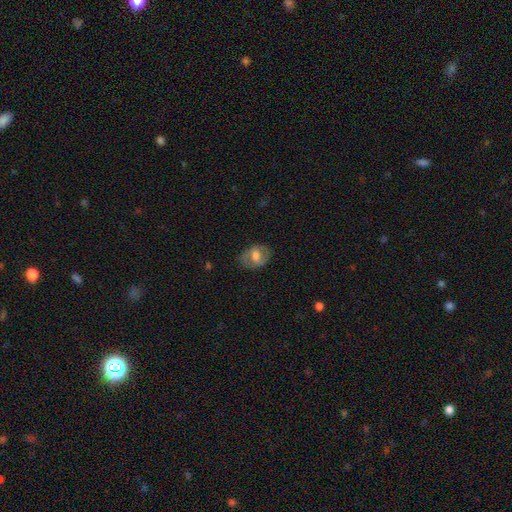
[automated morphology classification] Smooth or featured? Predicted: smooth (p=0.49). Merging? Predicted: none (p=0.75).